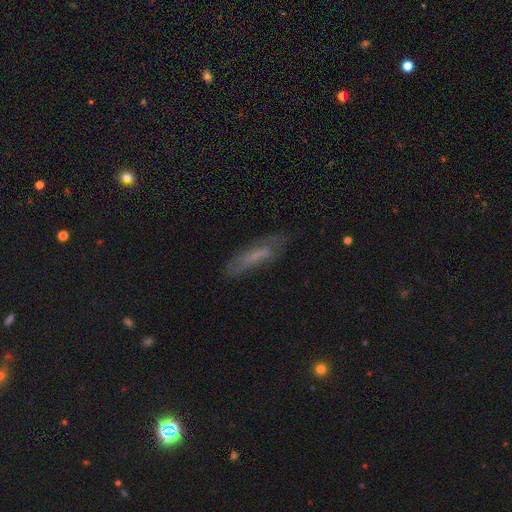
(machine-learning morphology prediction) type=featured or disk (46%); merging=none (70%).